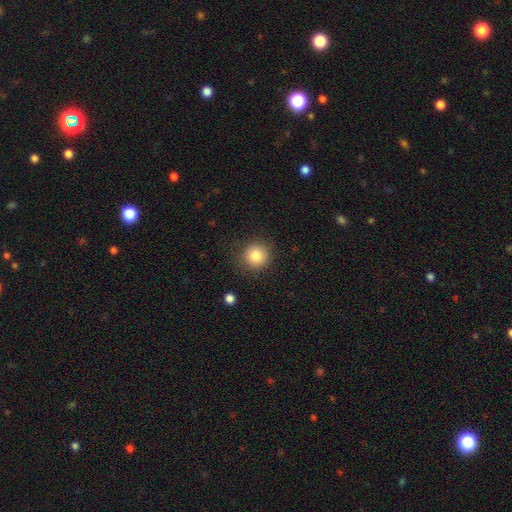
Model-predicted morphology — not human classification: Smooth or featured?
  - smooth: 84% *
  - star or artifact: 10%
  - featured or disk: 6%
How rounded?
  - round: 92% *
  - in between: 7%
  - cigar-shaped: 1%
Merging?
  - none: 85% *
  - minor disturbance: 10%
  - major disturbance: 3%
  - merger: 2%